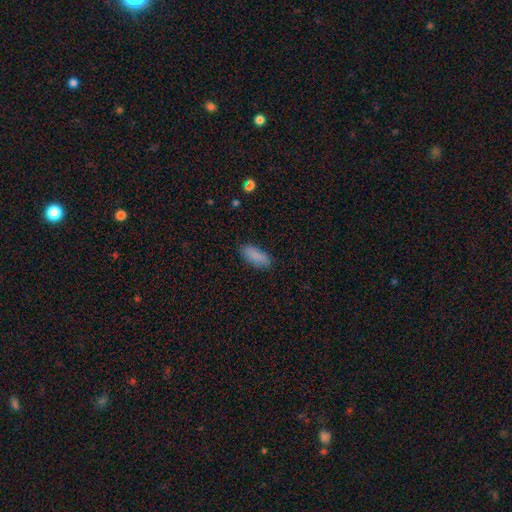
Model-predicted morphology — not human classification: smooth 86%, star or artifact 8%, featured or disk 6%. Down the decision tree: how rounded — in between (81%); merging — none (83%).